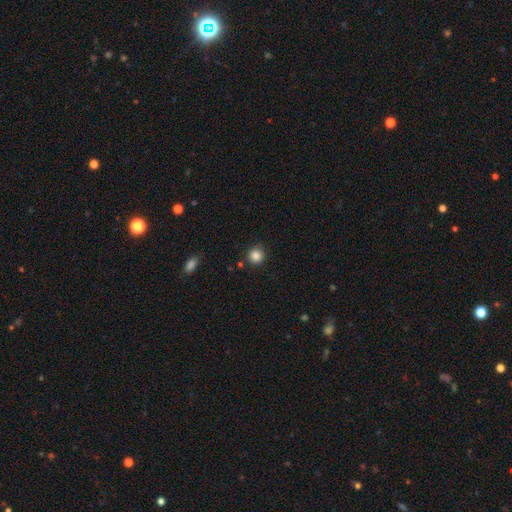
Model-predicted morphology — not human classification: A smooth galaxy with no disk features (85%) that is round (93%). Merging: none (87%).